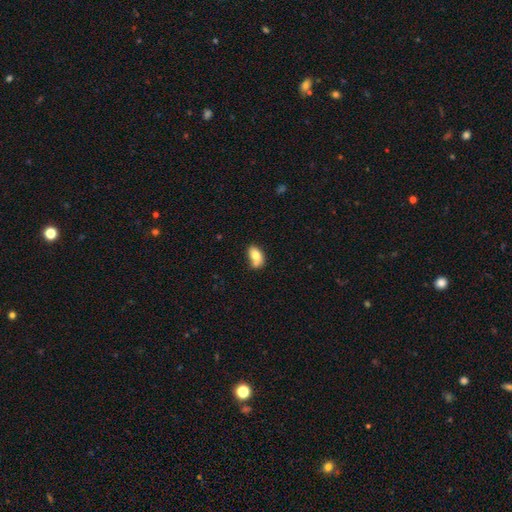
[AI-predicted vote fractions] The model was most divided on "merging": none: 43%, merger: 27%, minor disturbance: 22%, major disturbance: 7%. More confident: how rounded — in between (89%); smooth or featured — smooth (76%).